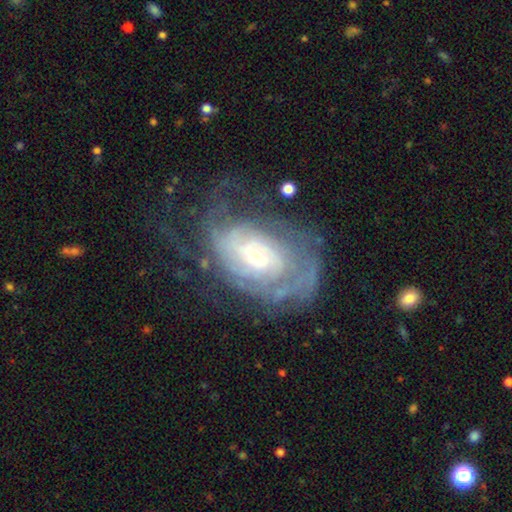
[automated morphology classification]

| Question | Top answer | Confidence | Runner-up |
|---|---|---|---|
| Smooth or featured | featured or disk | 82% | smooth (11%) |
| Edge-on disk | no | 96% | yes (4%) |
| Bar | no | 55% | weak (36%) |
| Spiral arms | yes | 89% | no (11%) |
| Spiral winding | tight | 61% | medium (28%) |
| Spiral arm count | can't tell | 50% | 2 (19%) |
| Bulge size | small | 64% | moderate (29%) |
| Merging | none | 52% | major disturbance (25%) |